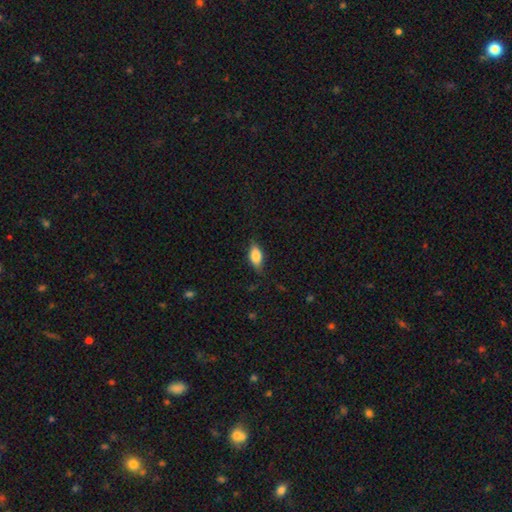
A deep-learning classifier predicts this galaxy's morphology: smooth_or_featured: smooth (p=0.77) [alt: featured or disk p=0.16]
how_rounded: in between (p=0.85) [alt: cigar-shaped p=0.09]
merging: none (p=0.74) [alt: minor disturbance p=0.20]